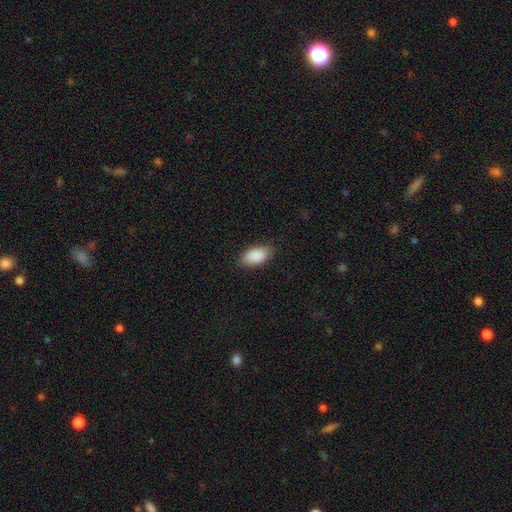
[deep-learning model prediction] Smooth or featured?
  - smooth: 89% *
  - star or artifact: 6%
  - featured or disk: 4%
How rounded?
  - in between: 93% *
  - cigar-shaped: 4%
  - round: 3%
Merging?
  - none: 83% *
  - minor disturbance: 13%
  - major disturbance: 3%
  - merger: 1%